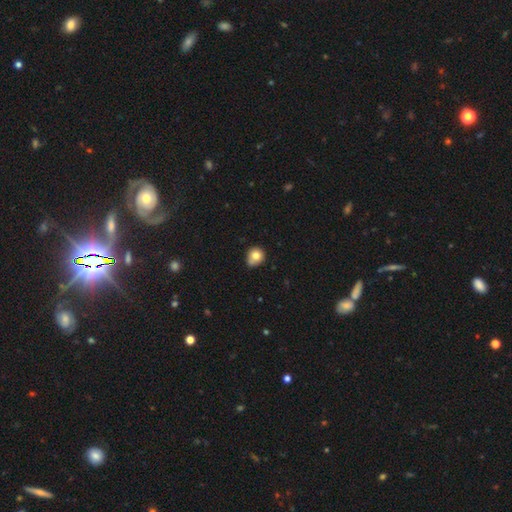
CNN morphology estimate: smooth_or_featured: smooth (p=0.78) [alt: featured or disk p=0.12]
how_rounded: round (p=0.76) [alt: in between p=0.23]
merging: none (p=0.57) [alt: minor disturbance p=0.32]